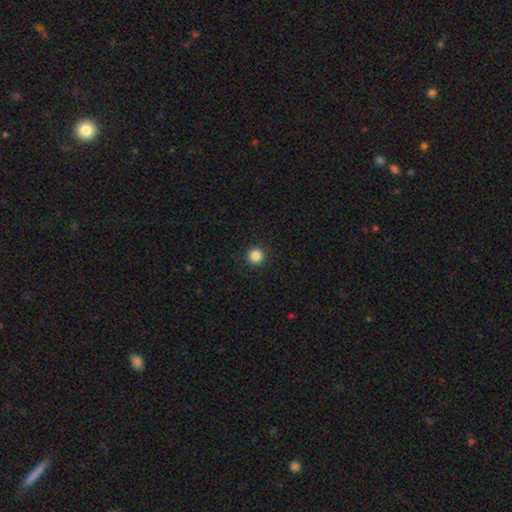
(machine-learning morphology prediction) This is clearly a smooth galaxy (86%). How rounded: clearly round (96%). Merging: clearly none (93%).